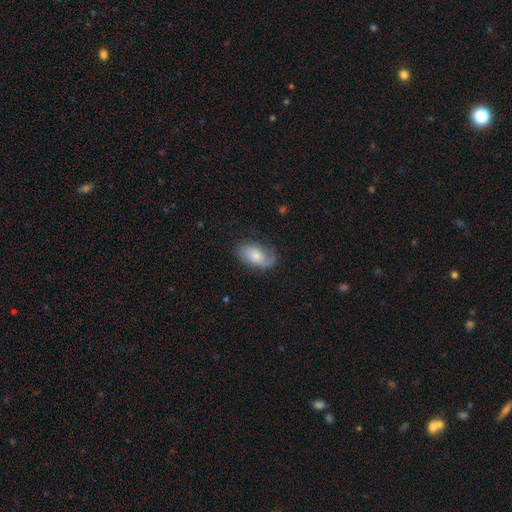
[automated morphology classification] Smooth or featured: featured or disk — 50% (smooth — 43%)
Merging: none — 62% (minor disturbance — 24%)